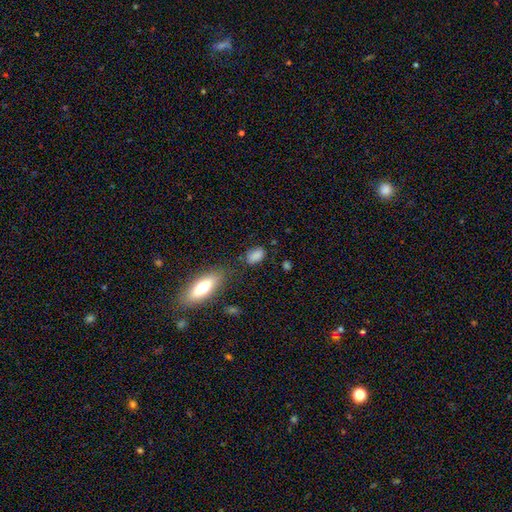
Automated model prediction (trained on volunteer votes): The model was most divided on "merging": none: 69%, minor disturbance: 20%, major disturbance: 6%, merger: 5%. More confident: how rounded — in between (85%); smooth or featured — smooth (83%).